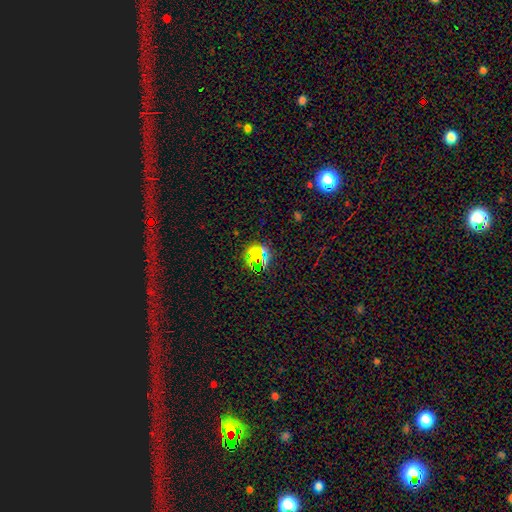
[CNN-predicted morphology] smooth_or_featured: star or artifact (p=0.57) [alt: smooth p=0.33]